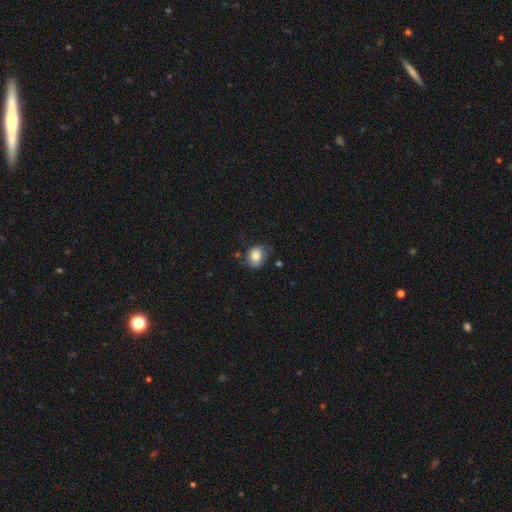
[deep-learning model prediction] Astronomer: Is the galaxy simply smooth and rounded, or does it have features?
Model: smooth — 82%.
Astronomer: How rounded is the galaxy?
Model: round — 59% (runner-up: in between, 41%).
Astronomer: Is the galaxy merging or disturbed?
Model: none — 56% (runner-up: minor disturbance, 31%).